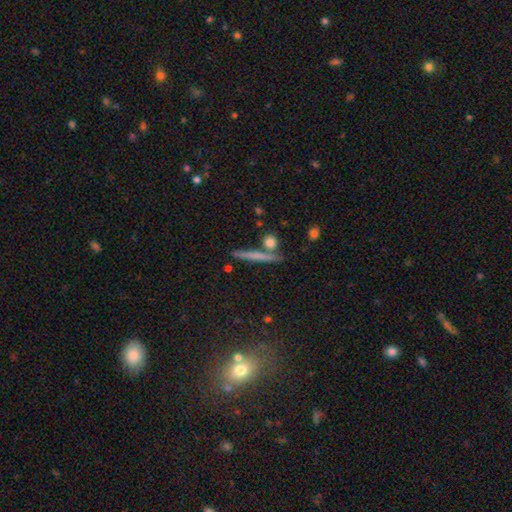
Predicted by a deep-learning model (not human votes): Smooth or featured? Predicted: smooth (p=0.54). How rounded? Predicted: cigar-shaped (p=0.89). Merging? Predicted: none (p=0.80).